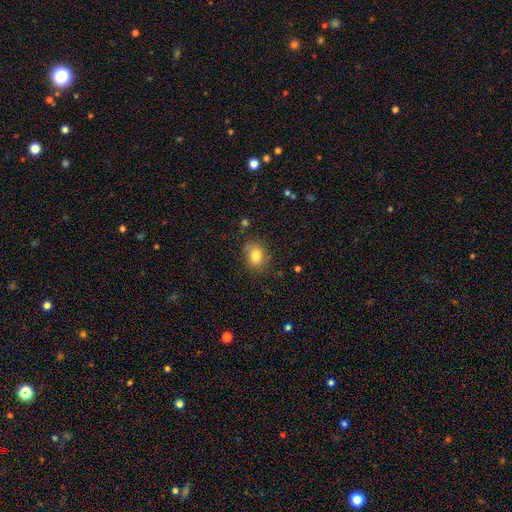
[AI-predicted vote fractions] A smooth galaxy with no disk features (81%) that is in between round and cigar-shaped (55%). Merging: none (78%).